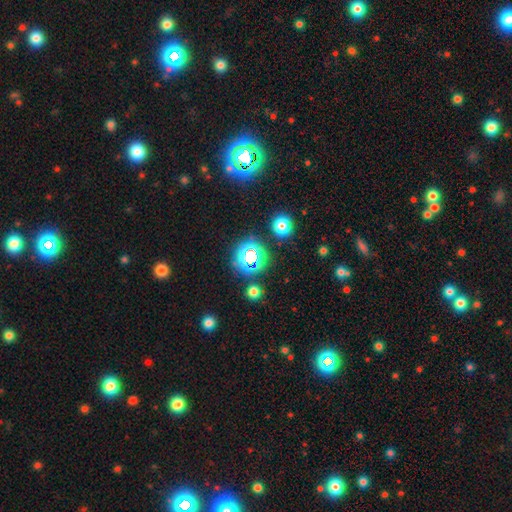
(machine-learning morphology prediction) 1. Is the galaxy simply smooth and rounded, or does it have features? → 60% star or artifact, 31% smooth, 9% featured or disk.